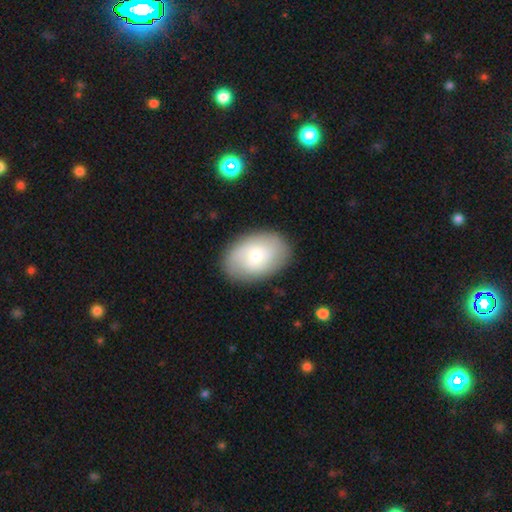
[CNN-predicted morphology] Overall: smooth (53%; featured or disk 40%). How rounded: in between (84%). Merging: none (84%).